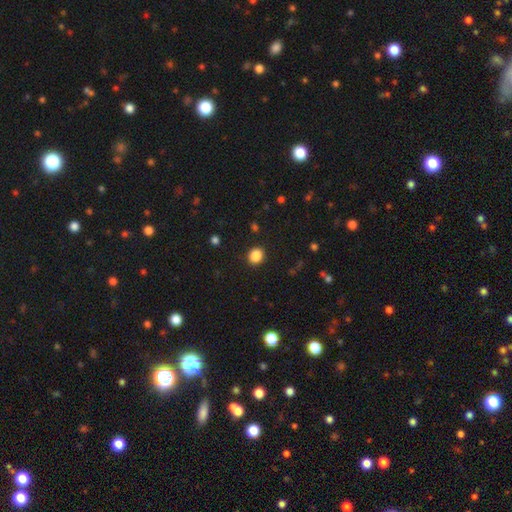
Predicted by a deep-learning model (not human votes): smooth 86%, star or artifact 10%, featured or disk 3%. Down the decision tree: how rounded — round (74%); merging — none (91%).